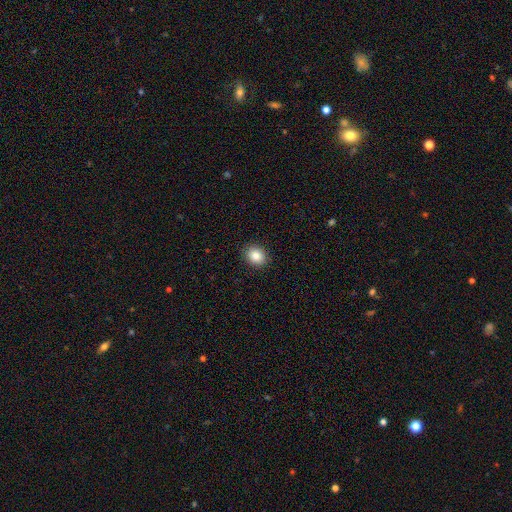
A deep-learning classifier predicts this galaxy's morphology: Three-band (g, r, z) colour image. It shows a smooth galaxy with no disk features (85%) that is round (58%). Merging: none (90%).